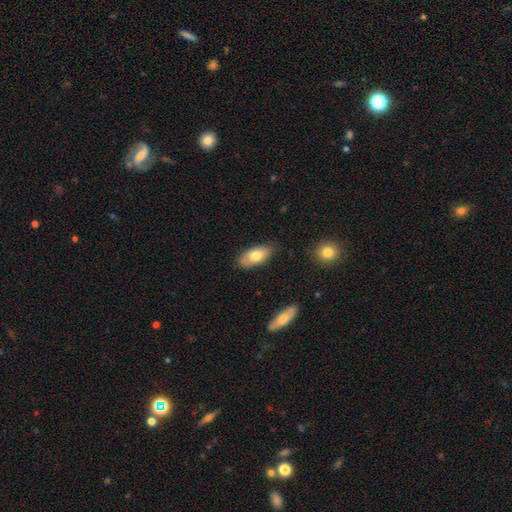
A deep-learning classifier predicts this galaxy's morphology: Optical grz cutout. It shows a smooth galaxy with no disk features (73%) that is in between round and cigar-shaped (88%). Merging: none (81%).